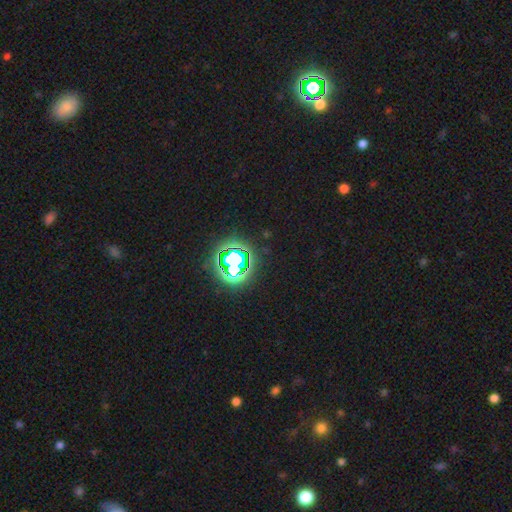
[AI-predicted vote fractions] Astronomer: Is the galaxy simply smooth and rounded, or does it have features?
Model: star or artifact — 81%.